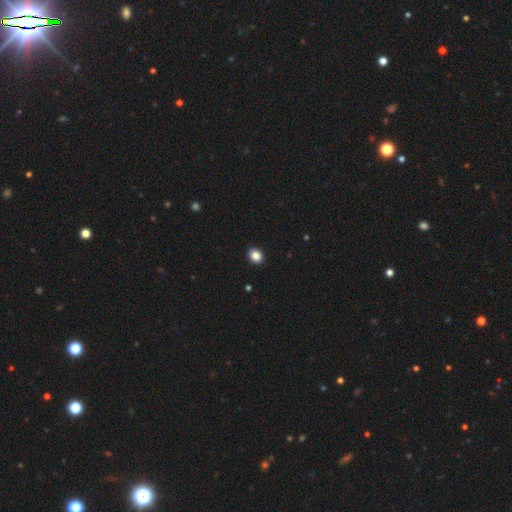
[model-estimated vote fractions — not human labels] smooth-or-featured: smooth: 87% | star or artifact: 9% | featured or disk: 4%
  how-rounded: round: 50% | in between: 49% | cigar-shaped: 1%
  merging: none: 92% | minor disturbance: 6% | major disturbance: 2% | merger: 1%